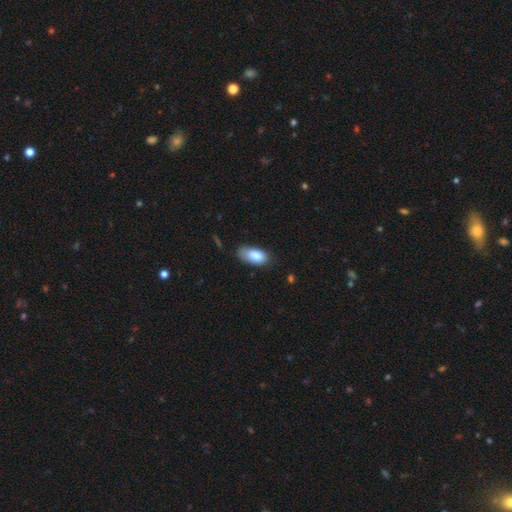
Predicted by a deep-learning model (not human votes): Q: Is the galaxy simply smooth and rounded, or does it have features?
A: smooth — 83%.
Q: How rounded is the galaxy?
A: in between — 92%.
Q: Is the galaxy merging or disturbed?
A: none — 59%.